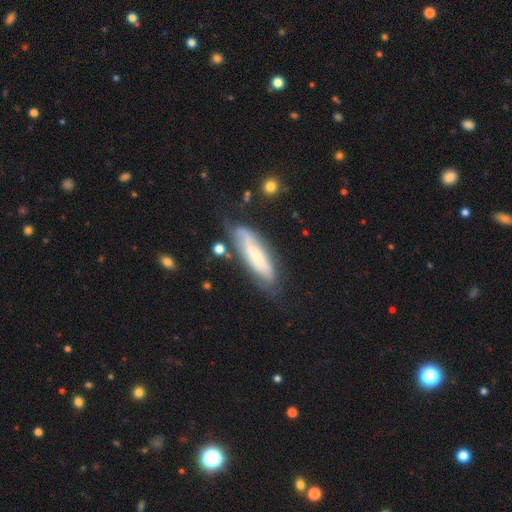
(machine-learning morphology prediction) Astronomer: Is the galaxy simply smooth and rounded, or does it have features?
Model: featured or disk — 52% (runner-up: smooth, 41%).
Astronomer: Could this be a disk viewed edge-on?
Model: no — 65%.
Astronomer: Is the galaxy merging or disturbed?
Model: none — 60%.